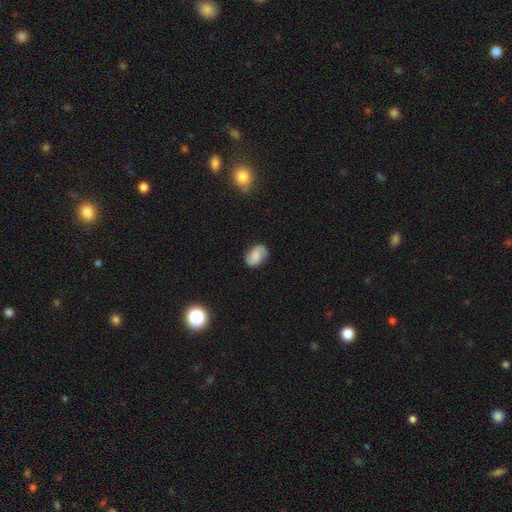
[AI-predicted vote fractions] Smooth or featured?
  - featured or disk: 50% *
  - smooth: 41%
  - star or artifact: 9%
Edge-on disk?
  - no: 97% *
  - yes: 3%
Merging?
  - none: 77% *
  - minor disturbance: 17%
  - major disturbance: 4%
  - merger: 2%